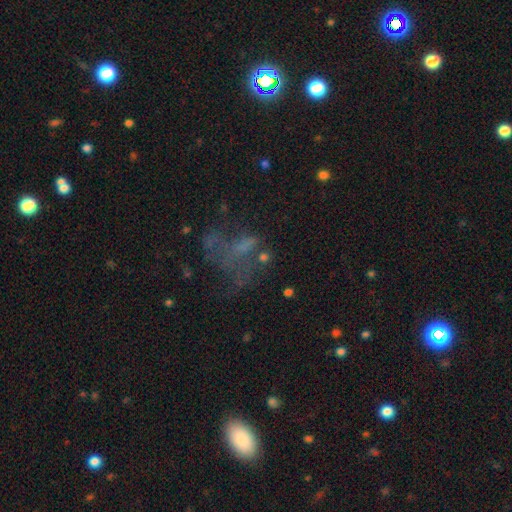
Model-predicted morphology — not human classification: Overall: featured or disk (39%; smooth 32%). Merging: major disturbance (42%; none 34%).